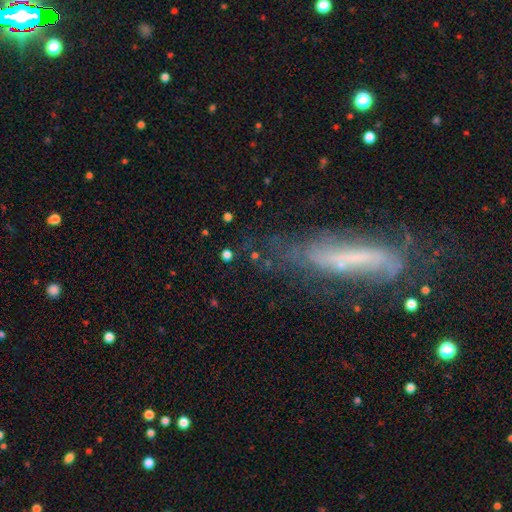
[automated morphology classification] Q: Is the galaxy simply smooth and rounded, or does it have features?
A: featured or disk — 42%.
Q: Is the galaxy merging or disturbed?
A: none — 50%.